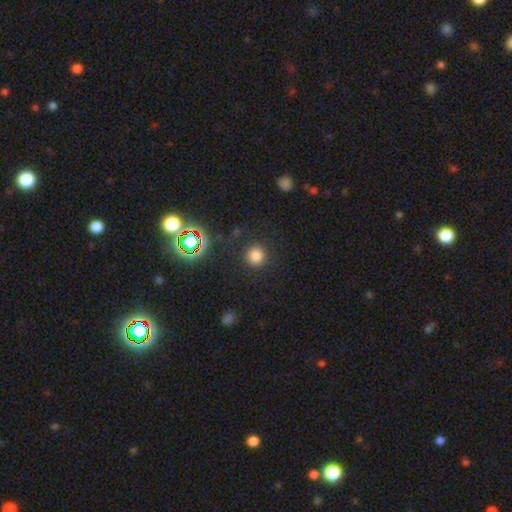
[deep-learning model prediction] Overall: smooth (75%). How rounded: round (94%). Merging: none (88%).